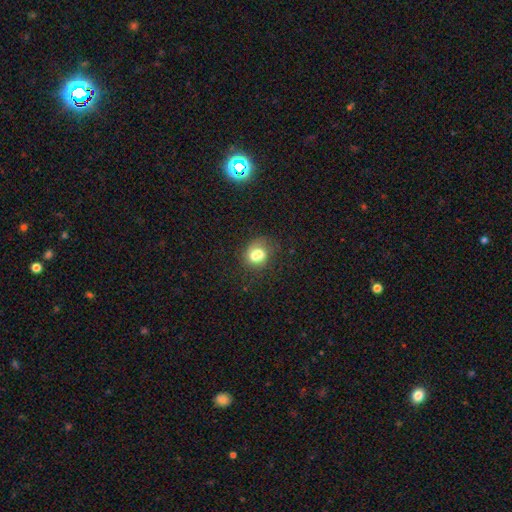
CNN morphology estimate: type=smooth (75%); roundness=round (50%); merging=none (52%).